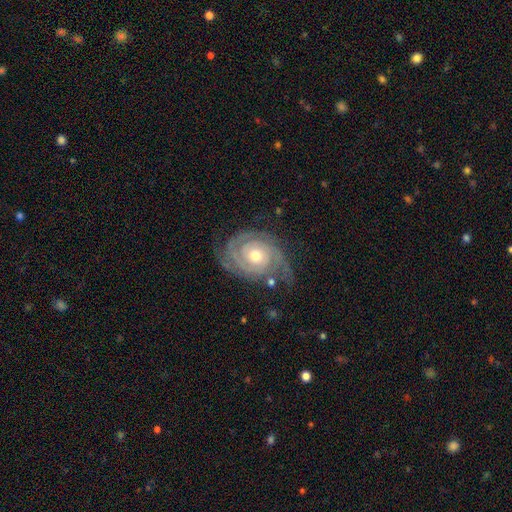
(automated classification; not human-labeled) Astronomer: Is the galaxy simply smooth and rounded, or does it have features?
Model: featured or disk — 89%.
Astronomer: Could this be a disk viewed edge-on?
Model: no — 97%.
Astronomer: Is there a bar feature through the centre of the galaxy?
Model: no — 77%.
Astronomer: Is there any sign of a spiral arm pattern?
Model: yes — 97%.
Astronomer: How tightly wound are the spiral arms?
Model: tight — 75%.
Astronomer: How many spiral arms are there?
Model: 2 — 52%.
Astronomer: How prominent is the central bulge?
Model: moderate — 68%.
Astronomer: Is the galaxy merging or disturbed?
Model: none — 69%.